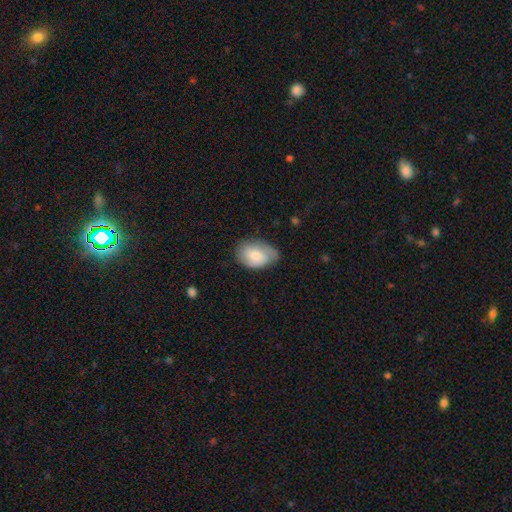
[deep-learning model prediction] Q: Smooth or featured?
A: smooth (69%); runner-up: featured or disk (25%)
Q: How rounded?
A: in between (86%); runner-up: round (12%)
Q: Merging?
A: none (59%); runner-up: minor disturbance (32%)